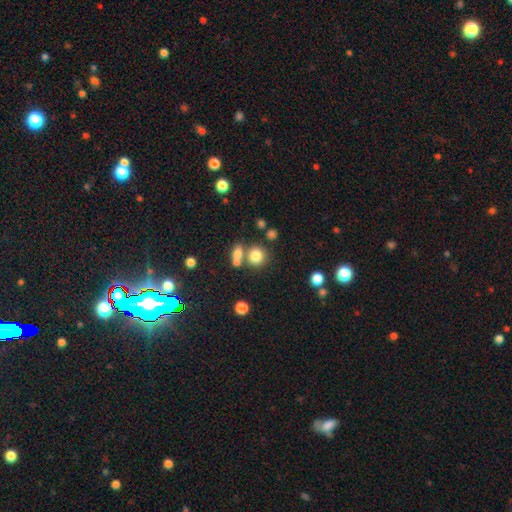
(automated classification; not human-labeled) A smooth galaxy with no disk features (78%) that is round (82%). Merging: none (56%).